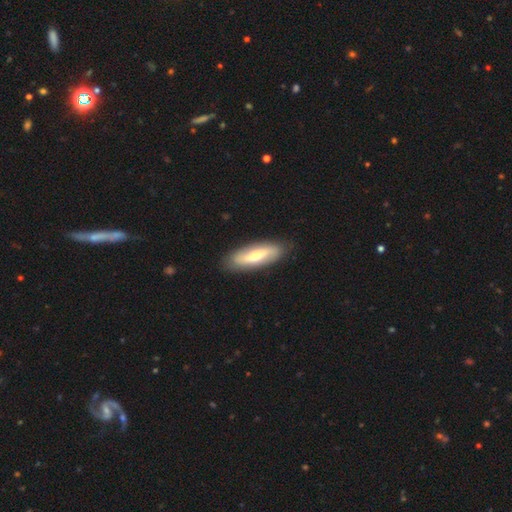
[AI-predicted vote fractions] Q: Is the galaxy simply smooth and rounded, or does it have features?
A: smooth — 52%.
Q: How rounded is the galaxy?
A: in between — 56%.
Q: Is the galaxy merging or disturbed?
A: none — 87%.